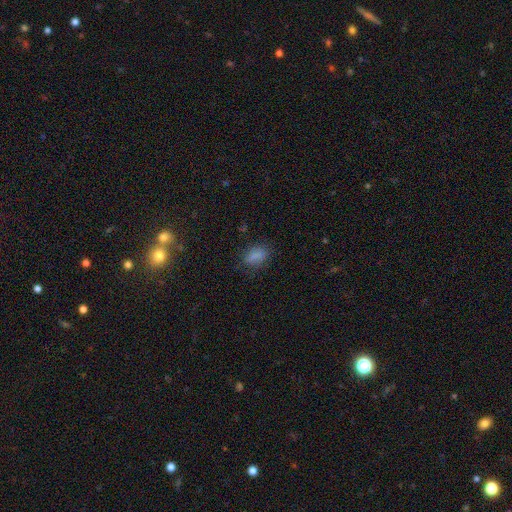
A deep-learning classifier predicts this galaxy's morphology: Smooth or featured? smooth (81%)
How rounded? in between (81%)
Merging? none (75%)